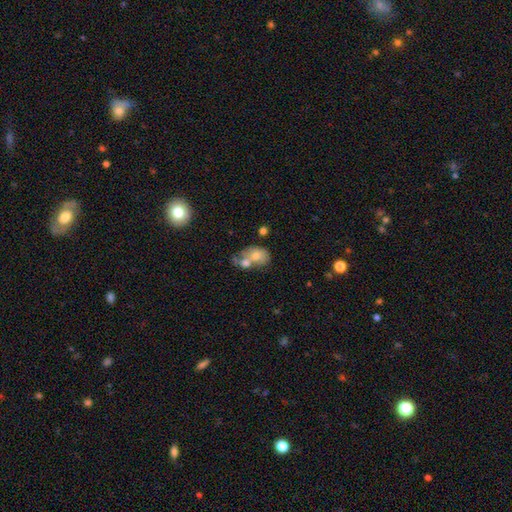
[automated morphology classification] This is possibly a smooth galaxy (59%). How rounded: likely in between (67%). Merging: possibly merger (52%).